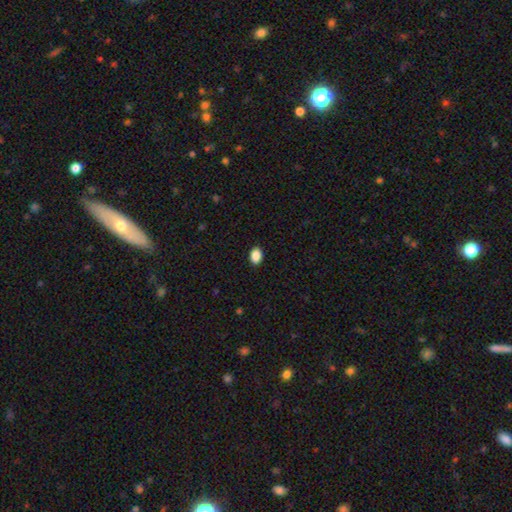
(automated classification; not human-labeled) Overall: smooth (89%). How rounded: in between (76%). Merging: none (91%).